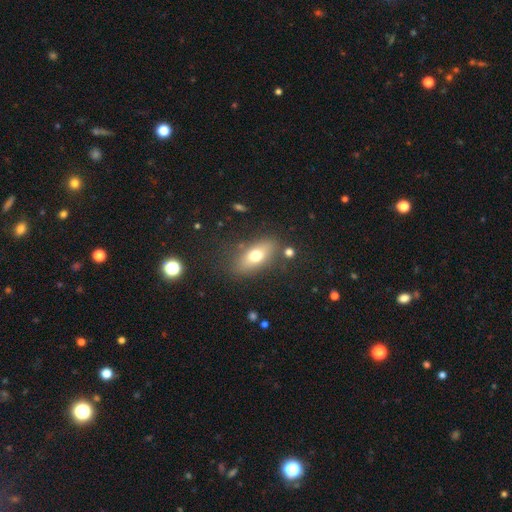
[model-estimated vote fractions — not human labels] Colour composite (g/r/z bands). It shows a smooth galaxy with no disk features (68%) that is in between round and cigar-shaped (80%). Merging: none (78%).